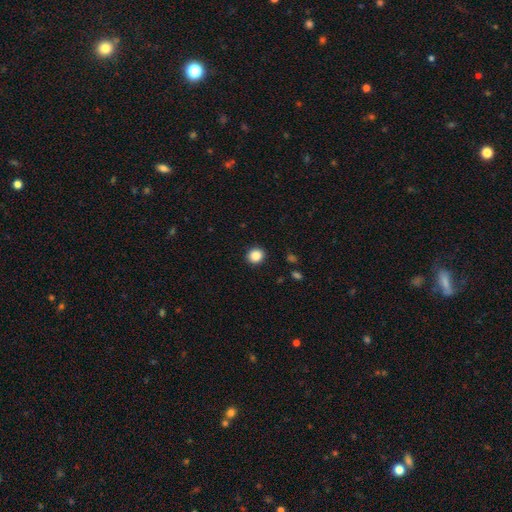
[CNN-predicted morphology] smooth_or_featured: smooth (p=0.87) [alt: star or artifact p=0.10]
how_rounded: round (p=0.82) [alt: in between p=0.17]
merging: none (p=0.91) [alt: minor disturbance p=0.06]